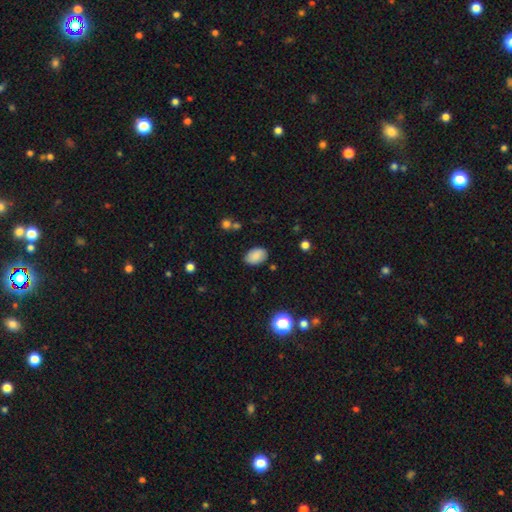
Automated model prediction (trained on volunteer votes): A smooth galaxy with no disk features (87%) that is in between round and cigar-shaped (88%). Merging: none (83%).